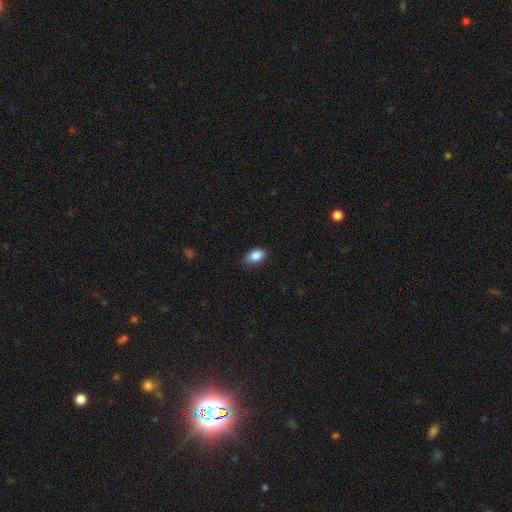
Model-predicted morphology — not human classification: This is clearly a smooth galaxy (88%). How rounded: clearly in between (90%). Merging: clearly none (83%).